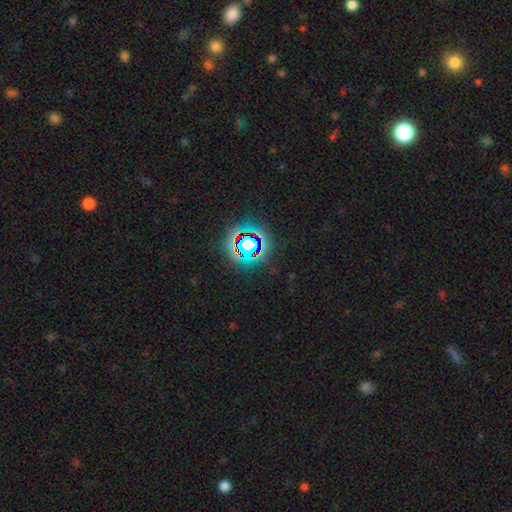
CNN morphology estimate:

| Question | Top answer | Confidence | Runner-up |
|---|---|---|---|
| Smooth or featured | star or artifact | 77% | smooth (14%) |